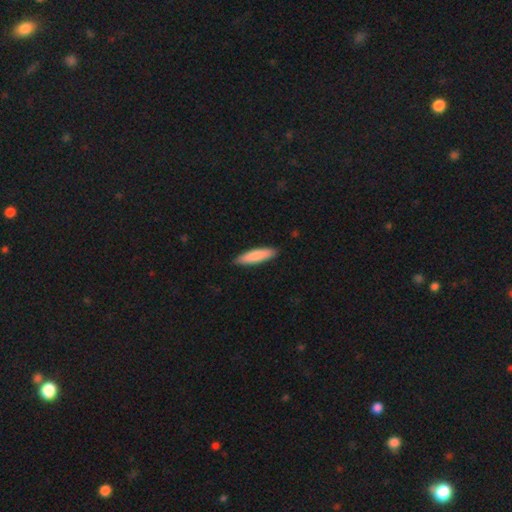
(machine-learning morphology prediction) This appears to be a smooth galaxy with no disk features (84%) that is cigar-shaped (74%). Merging: none (89%).